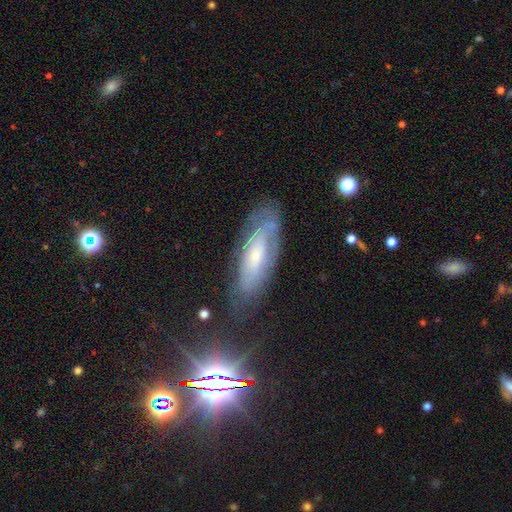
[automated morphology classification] This is likely a featured or disk galaxy (64%). It is likely not viewed edge-on (79%). Bar: likely no (65%). Spiral arm pattern: likely yes (76%). Central bulge: likely small (64%). Merging: likely none (68%).